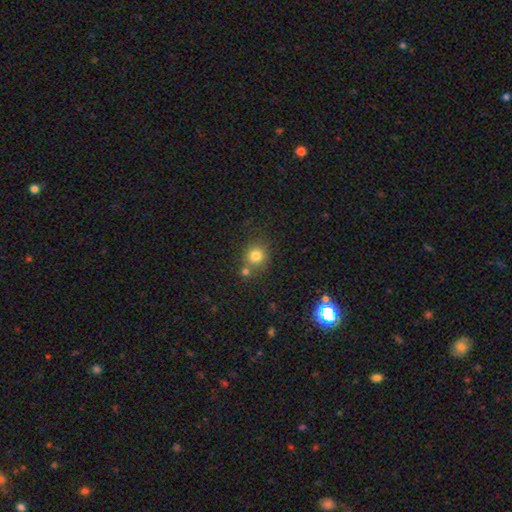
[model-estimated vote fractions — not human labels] Morphology: type=smooth (79%); roundness=round (83%); merging=none (61%).